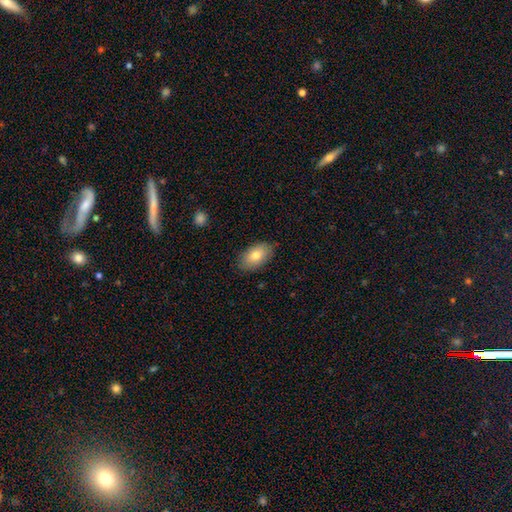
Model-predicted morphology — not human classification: smooth 79%, featured or disk 14%, star or artifact 7%. Down the decision tree: how rounded — in between (93%); merging — none (85%).